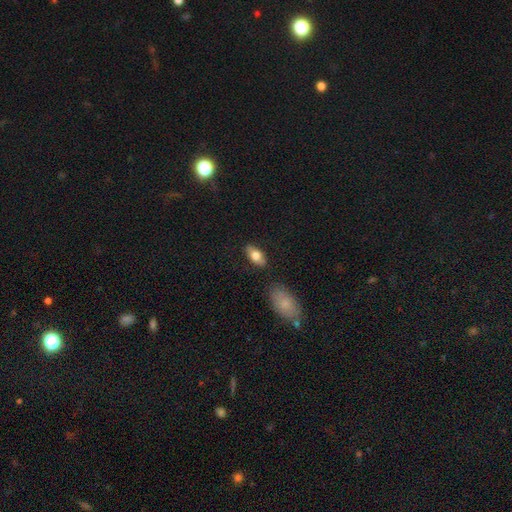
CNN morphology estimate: Smooth or featured: smooth — 72% (featured or disk — 21%)
How rounded: in between — 89% (cigar-shaped — 7%)
Merging: none — 84% (minor disturbance — 11%)